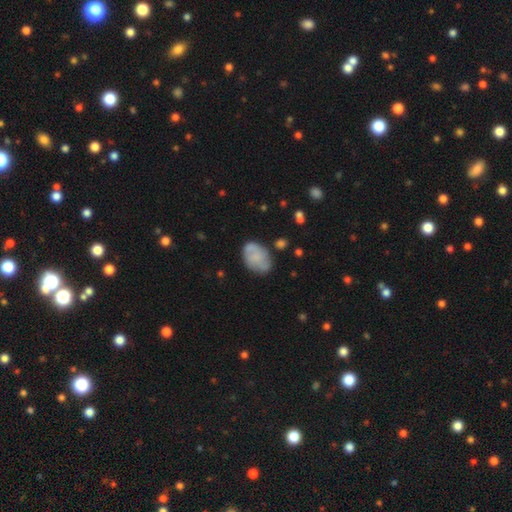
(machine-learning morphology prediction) smooth 61%, featured or disk 31%, star or artifact 8%. Down the decision tree: how rounded — in between (82%); merging — none (63%).